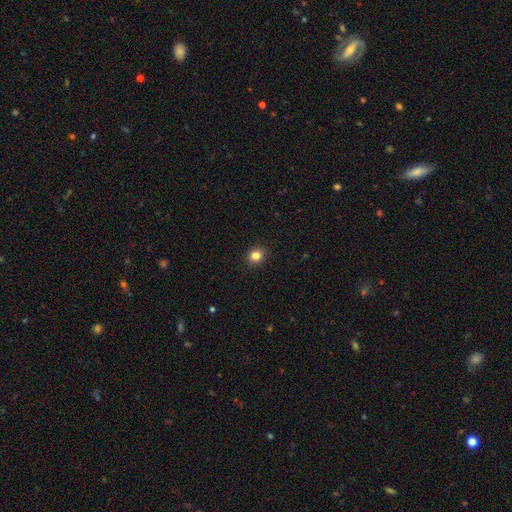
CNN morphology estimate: A smooth galaxy with no disk features (83%) that is round (79%).

Vote fractions:
- Smooth or featured? smooth: 83% / star or artifact: 12% / featured or disk: 5%
- How rounded? round: 79% / in between: 20% / cigar-shaped: 1%
- Merging? none: 92% / minor disturbance: 6% / major disturbance: 2% / merger: 1%